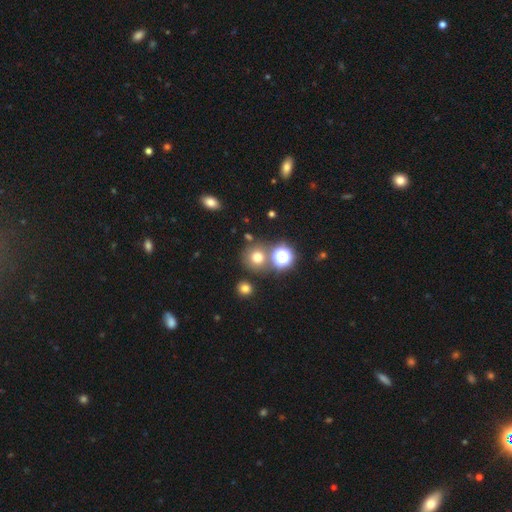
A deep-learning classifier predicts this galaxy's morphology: Smooth or featured? Predicted: smooth (p=0.68). How rounded? Predicted: round (p=0.88). Merging? Predicted: none (p=0.74).